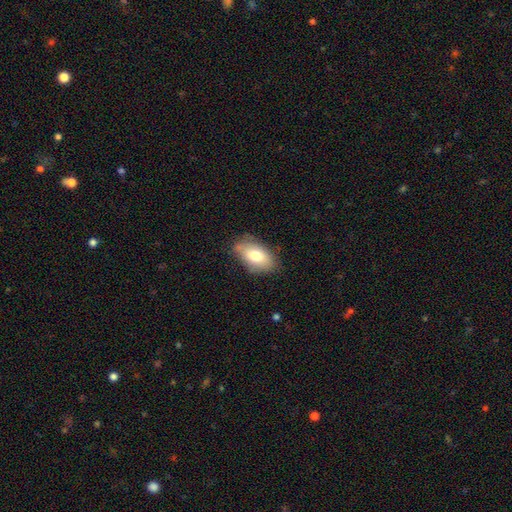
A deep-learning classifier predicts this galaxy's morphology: Smooth or featured? Predicted: smooth (p=0.74). How rounded? Predicted: in between (p=0.92). Merging? Predicted: none (p=0.73).